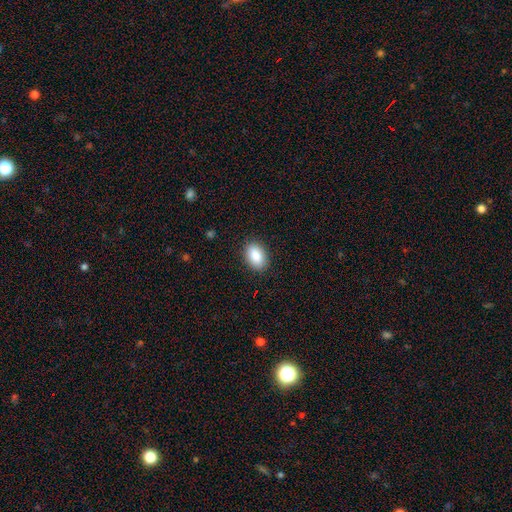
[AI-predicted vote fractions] Smooth or featured? smooth (87%)
How rounded? in between (88%)
Merging? none (89%)